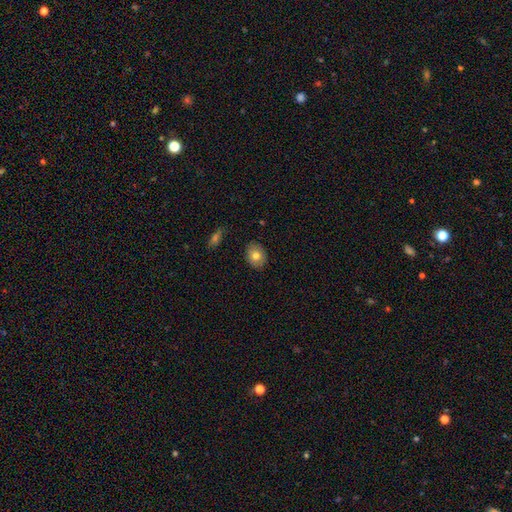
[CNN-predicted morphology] A smooth galaxy with no disk features (76%) that is in between round and cigar-shaped (53%). Merging: none (87%).